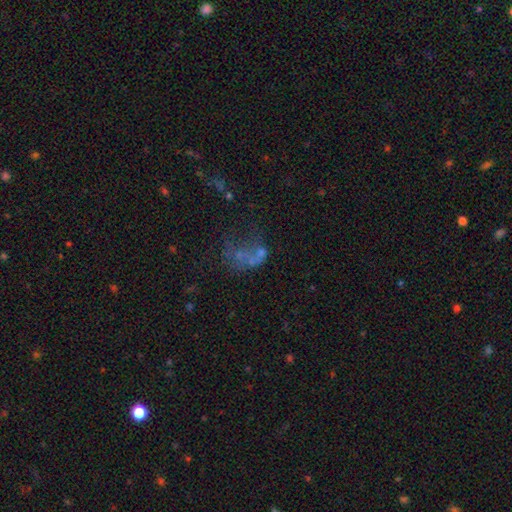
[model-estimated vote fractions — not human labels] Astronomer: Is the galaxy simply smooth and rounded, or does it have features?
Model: featured or disk — 40% (runner-up: smooth, 37%).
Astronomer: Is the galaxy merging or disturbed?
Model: major disturbance — 35% (runner-up: merger, 27%).